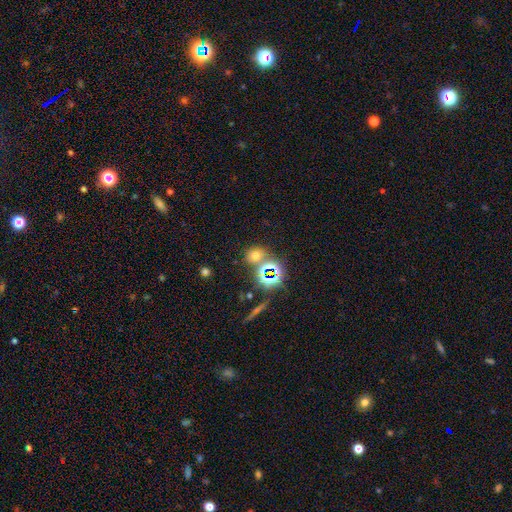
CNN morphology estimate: smooth_or_featured: smooth (p=0.53) [alt: star or artifact p=0.37]
how_rounded: round (p=0.66) [alt: in between p=0.33]
merging: none (p=0.70) [alt: merger p=0.16]